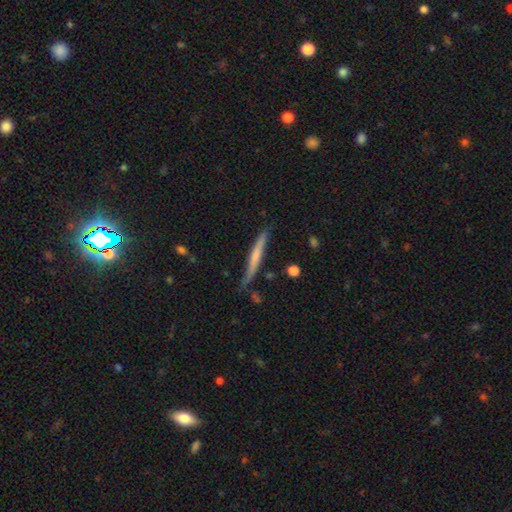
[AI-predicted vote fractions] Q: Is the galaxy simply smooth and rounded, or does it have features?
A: smooth — 50%.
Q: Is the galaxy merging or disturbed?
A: none — 75%.